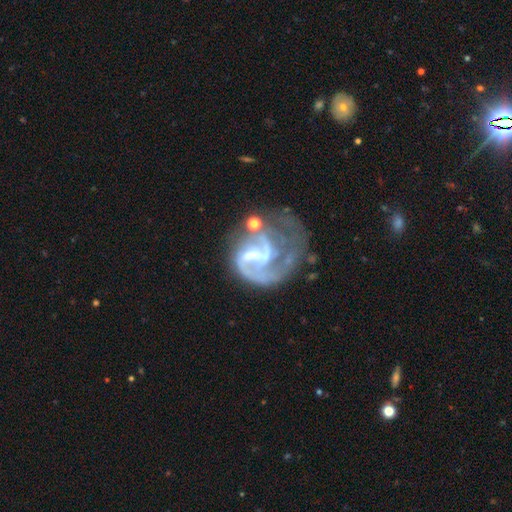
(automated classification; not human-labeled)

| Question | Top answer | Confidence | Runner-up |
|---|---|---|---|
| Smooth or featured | featured or disk | 86% | smooth (7%) |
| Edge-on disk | no | 98% | yes (2%) |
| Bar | weak | 50% | strong (29%) |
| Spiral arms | yes | 90% | no (10%) |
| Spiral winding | medium | 45% | loose (31%) |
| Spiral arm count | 2 | 40% | 1 (36%) |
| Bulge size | small | 38% | moderate (33%) |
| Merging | major disturbance | 45% | none (27%) |